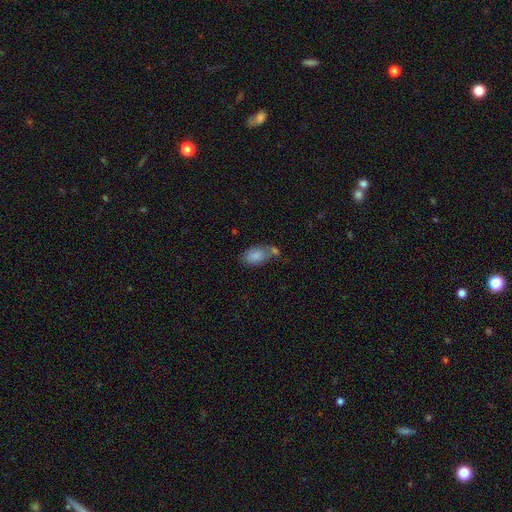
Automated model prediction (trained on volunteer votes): smooth_or_featured: smooth (p=0.81) [alt: featured or disk p=0.11]
how_rounded: in between (p=0.90) [alt: round p=0.08]
merging: none (p=0.37) [alt: merger p=0.33]